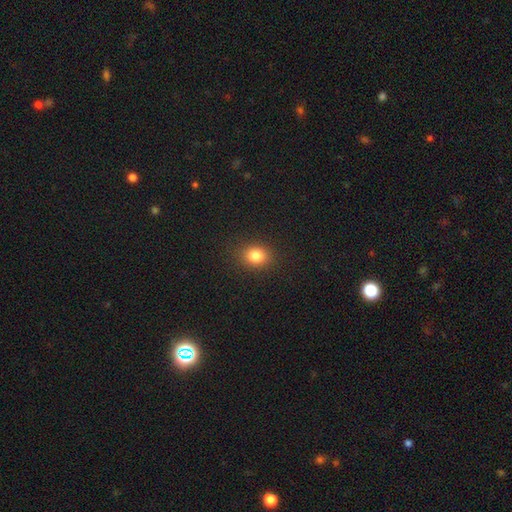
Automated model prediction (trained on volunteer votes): Smooth or featured?
  - smooth: 82% *
  - star or artifact: 12%
  - featured or disk: 6%
How rounded?
  - round: 59% *
  - in between: 40%
  - cigar-shaped: 1%
Merging?
  - none: 89% *
  - minor disturbance: 8%
  - major disturbance: 3%
  - merger: 1%